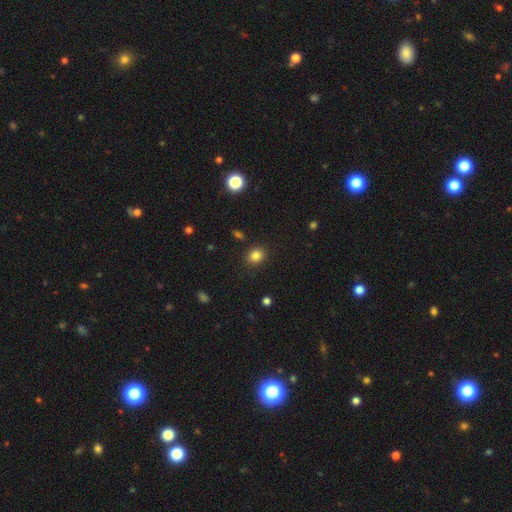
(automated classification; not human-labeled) Smooth or featured? smooth (83%)
How rounded? round (72%)
Merging? none (88%)